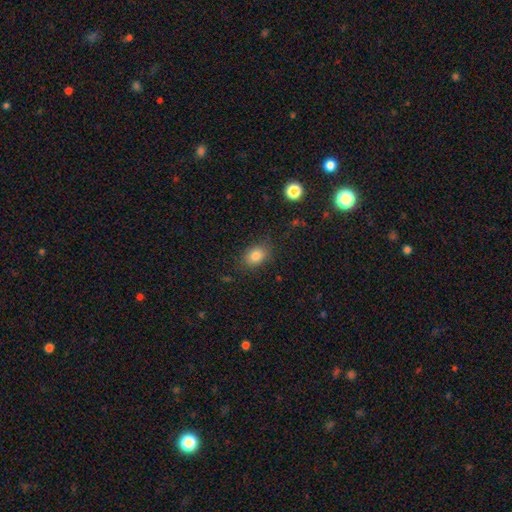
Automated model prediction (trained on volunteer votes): This is clearly a smooth galaxy (83%). How rounded: likely in between (66%). Merging: clearly none (82%).